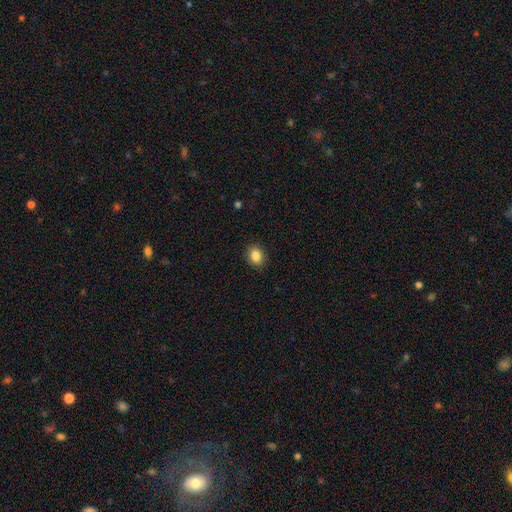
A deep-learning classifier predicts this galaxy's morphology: Smooth or featured? smooth (87%)
How rounded? in between (56%)
Merging? none (89%)